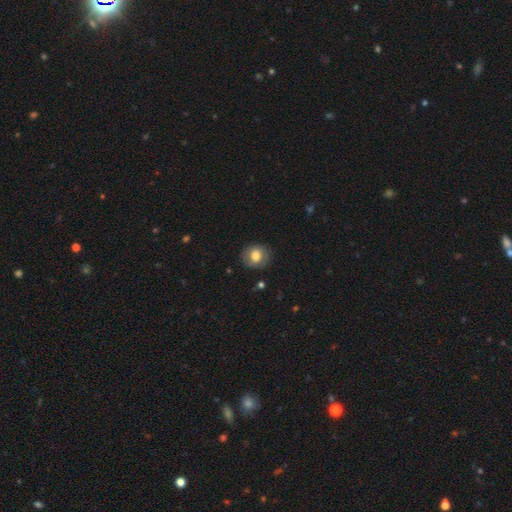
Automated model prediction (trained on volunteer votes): Overall: smooth (73%). How rounded: round (80%). Merging: none (85%).